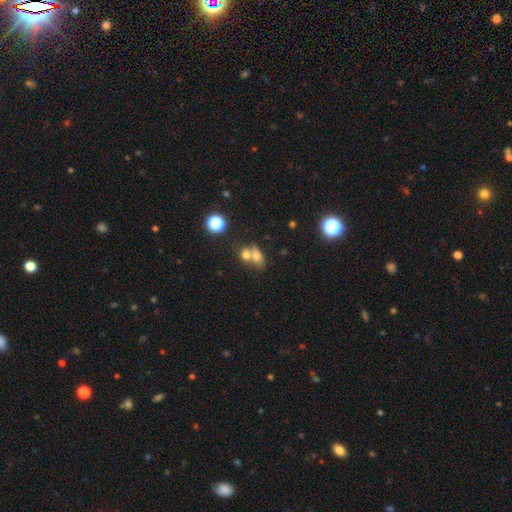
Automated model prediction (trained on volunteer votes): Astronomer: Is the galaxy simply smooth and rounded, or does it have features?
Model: smooth — 70%.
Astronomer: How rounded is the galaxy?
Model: in between — 68%.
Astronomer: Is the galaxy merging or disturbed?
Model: merger — 57%.